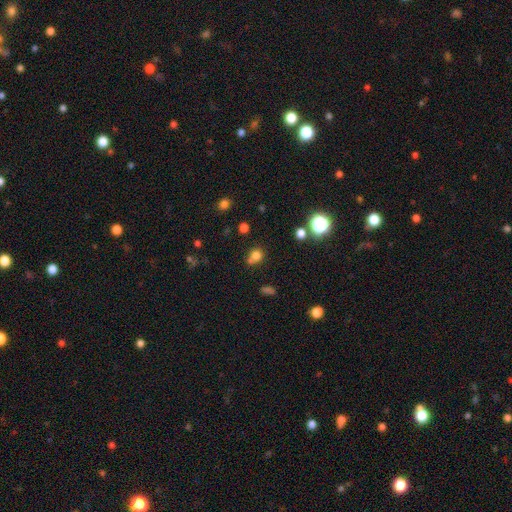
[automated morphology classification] This appears to be a smooth galaxy with no disk features (76%) that is round (76%). Merging: none (54%).